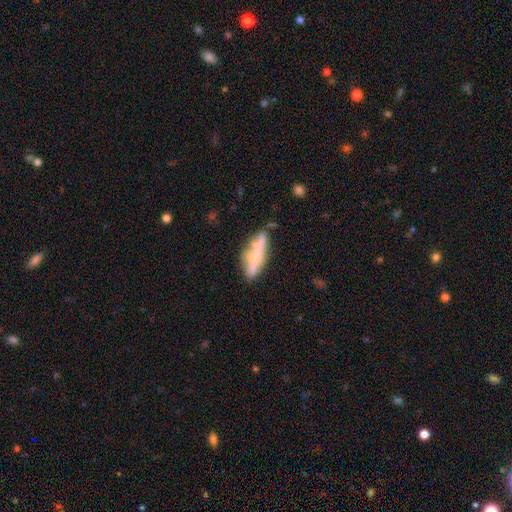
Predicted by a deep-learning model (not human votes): Smooth or featured?
  - smooth: 54% *
  - featured or disk: 38%
  - star or artifact: 7%
How rounded?
  - cigar-shaped: 64% *
  - in between: 34%
  - round: 2%
Merging?
  - none: 57% *
  - minor disturbance: 25%
  - major disturbance: 9%
  - merger: 8%